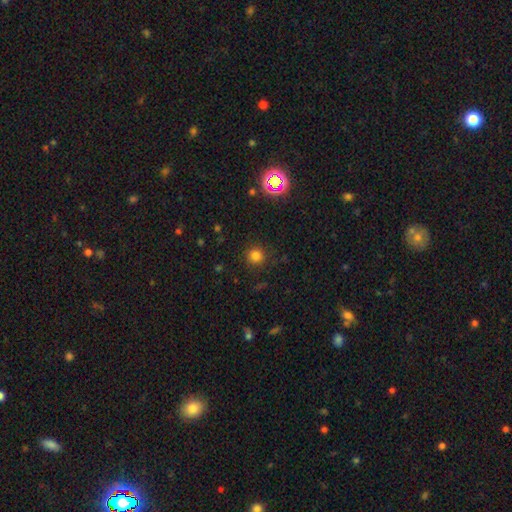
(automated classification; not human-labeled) Q: Smooth or featured?
A: smooth (77%); runner-up: star or artifact (16%)
Q: How rounded?
A: round (93%); runner-up: in between (6%)
Q: Merging?
A: none (87%); runner-up: minor disturbance (8%)